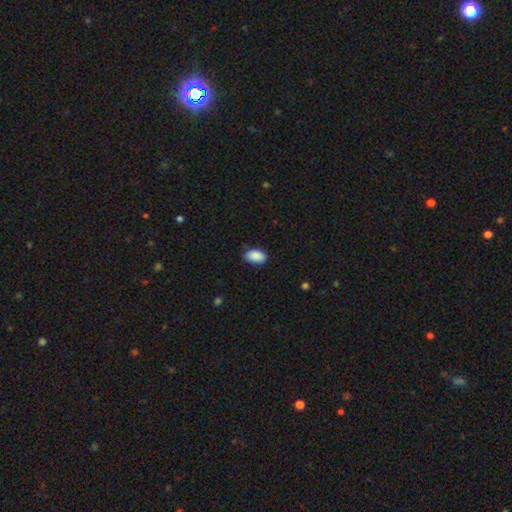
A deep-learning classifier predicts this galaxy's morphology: The model was most divided on "merging": none: 80%, minor disturbance: 17%, major disturbance: 3%, merger: 1%. More confident: how rounded — in between (92%); smooth or featured — smooth (89%).